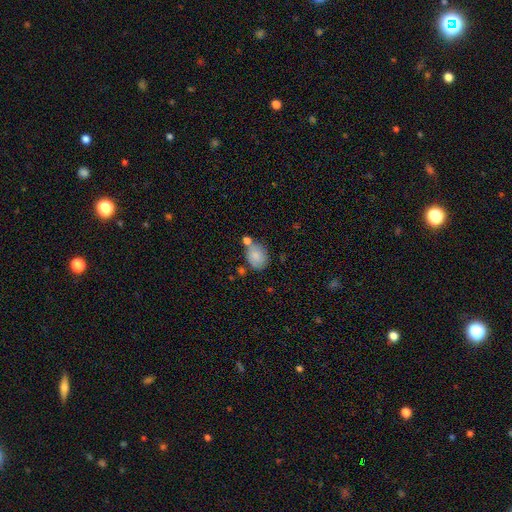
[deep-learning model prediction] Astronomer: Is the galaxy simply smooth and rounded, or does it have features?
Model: smooth — 82%.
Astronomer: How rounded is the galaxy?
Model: in between — 59% (runner-up: round, 40%).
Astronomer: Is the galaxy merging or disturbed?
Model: none — 56%.